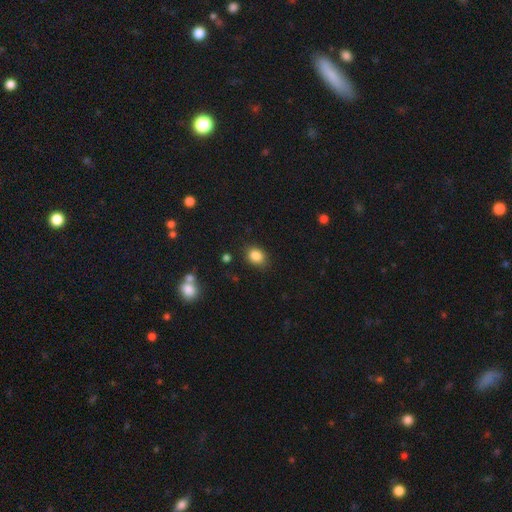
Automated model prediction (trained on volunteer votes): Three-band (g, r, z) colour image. It shows a smooth galaxy with no disk features (86%) that is in between round and cigar-shaped (58%). Merging: none (82%).